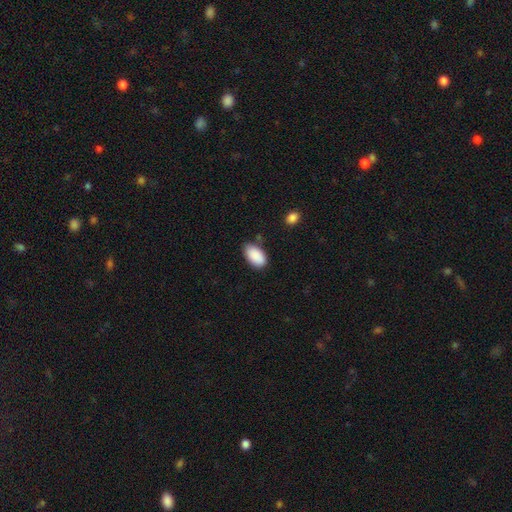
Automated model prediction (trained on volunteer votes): Smooth or featured? Predicted: smooth (p=0.90). How rounded? Predicted: in between (p=0.95). Merging? Predicted: none (p=0.77).